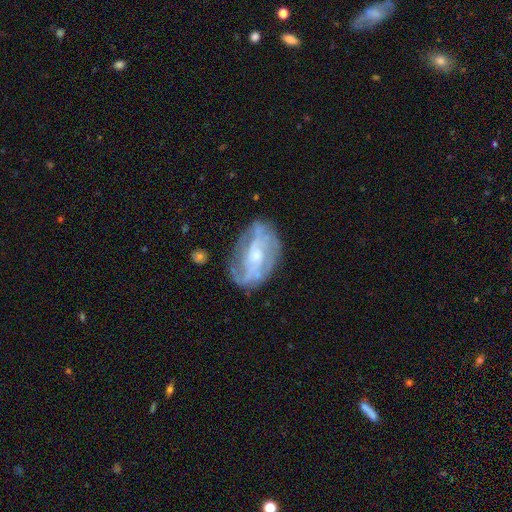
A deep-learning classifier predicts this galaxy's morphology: Q: Smooth or featured?
A: featured or disk (80%); runner-up: smooth (14%)
Q: Edge-on disk?
A: no (95%); runner-up: yes (5%)
Q: Bar?
A: no (47%); runner-up: weak (37%)
Q: Spiral arms?
A: yes (84%); runner-up: no (16%)
Q: Spiral winding?
A: medium (38%); tied with: tight (38%)
Q: Spiral arm count?
A: 2 (37%); runner-up: can't tell (34%)
Q: Bulge size?
A: small (51%); runner-up: moderate (43%)
Q: Merging?
A: none (65%); runner-up: minor disturbance (22%)